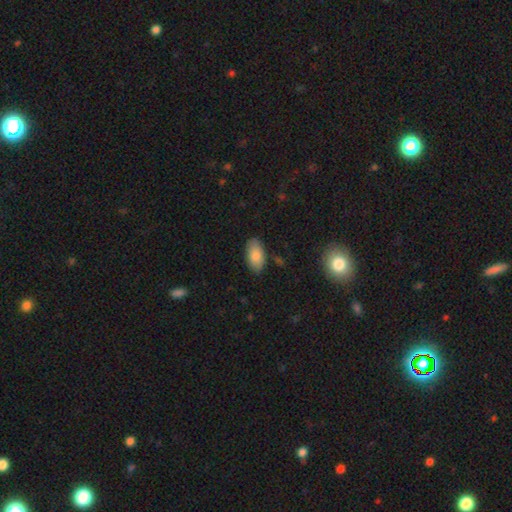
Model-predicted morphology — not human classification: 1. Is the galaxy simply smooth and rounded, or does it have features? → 83% smooth, 11% featured or disk, 6% star or artifact.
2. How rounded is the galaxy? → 94% in between, 3% cigar-shaped, 3% round.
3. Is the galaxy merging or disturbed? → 85% none, 11% minor disturbance, 2% major disturbance, 2% merger.